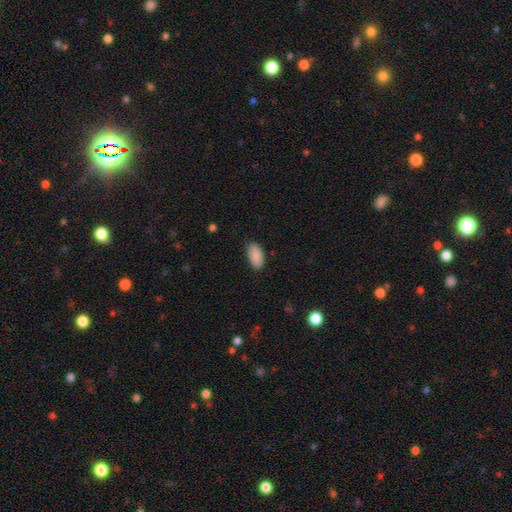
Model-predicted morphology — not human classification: This appears to be a smooth galaxy with no disk features (89%) that is in between round and cigar-shaped (94%). Merging: none (85%).